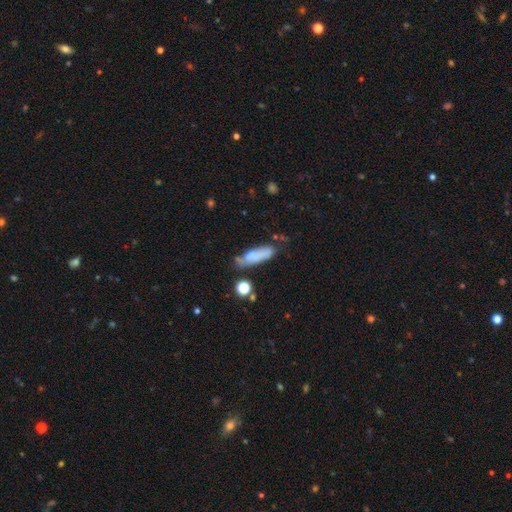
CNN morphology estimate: Smooth or featured? smooth (70%)
How rounded? cigar-shaped (57%)
Merging? none (57%)